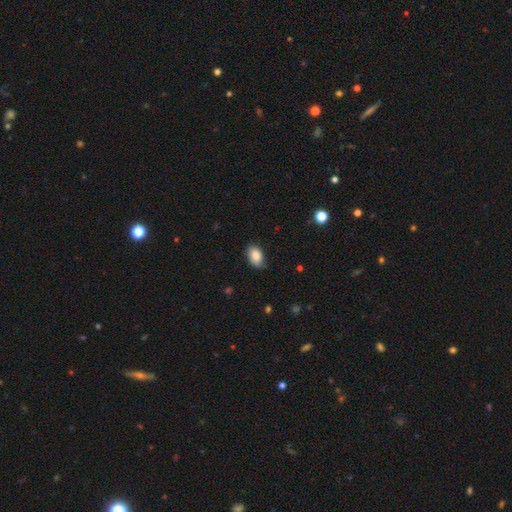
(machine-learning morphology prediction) smooth-or-featured: smooth: 85% | star or artifact: 8% | featured or disk: 7%
  how-rounded: in between: 88% | round: 10% | cigar-shaped: 1%
  merging: none: 70% | minor disturbance: 25% | major disturbance: 4% | merger: 1%